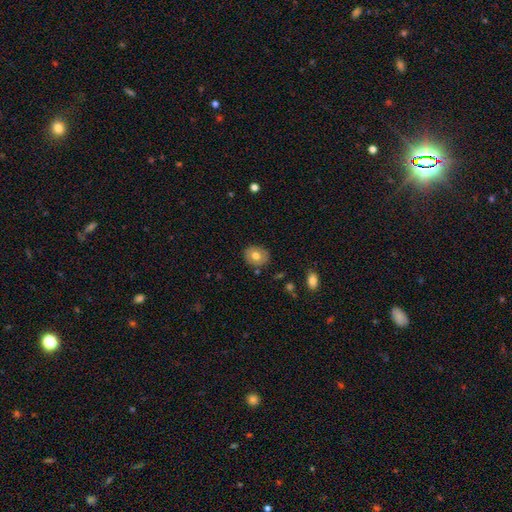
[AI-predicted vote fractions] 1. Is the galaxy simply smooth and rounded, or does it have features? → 70% smooth, 22% featured or disk, 8% star or artifact.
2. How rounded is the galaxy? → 56% round, 44% in between, 1% cigar-shaped.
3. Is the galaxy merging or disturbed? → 84% none, 11% minor disturbance, 3% major disturbance, 2% merger.